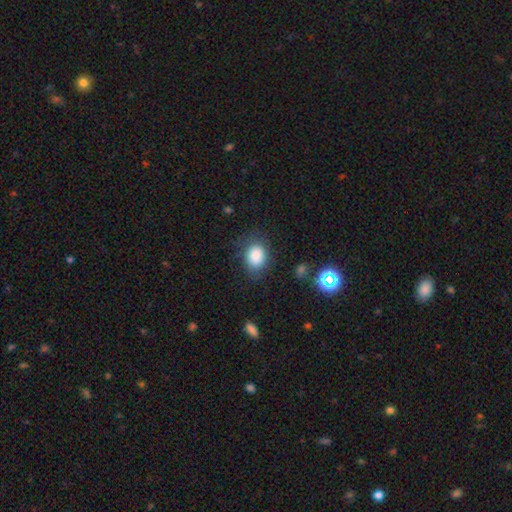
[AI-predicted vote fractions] A smooth galaxy with no disk features (85%) that is in between round and cigar-shaped (61%).

Vote fractions:
- Smooth or featured? smooth: 85% / star or artifact: 9% / featured or disk: 6%
- How rounded? in between: 61% / round: 38% / cigar-shaped: 1%
- Merging? none: 73% / minor disturbance: 18% / major disturbance: 7% / merger: 2%